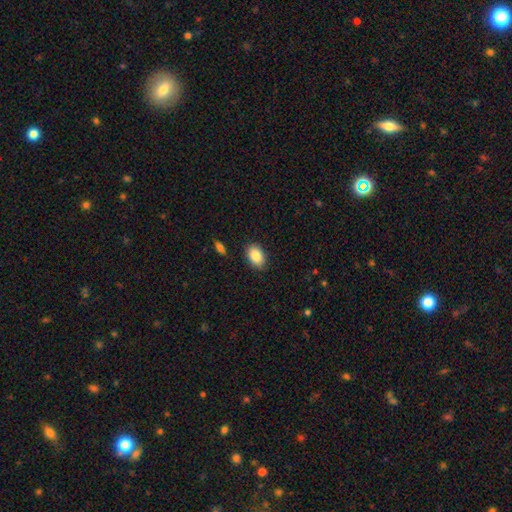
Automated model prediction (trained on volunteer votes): Overall: smooth (87%). How rounded: in between (90%). Merging: none (87%).